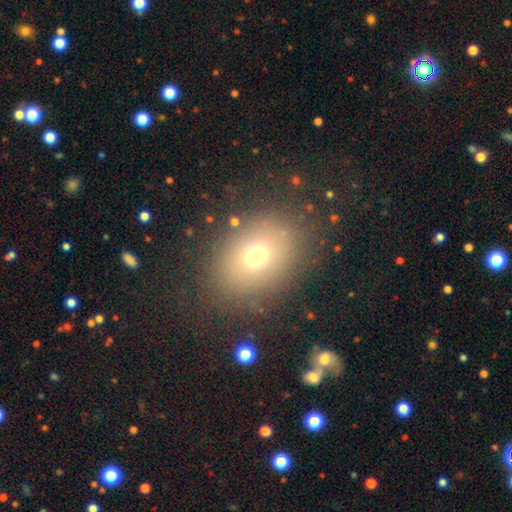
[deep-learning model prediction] This is likely a smooth galaxy (70%). How rounded: likely in between (62%). Merging: clearly none (82%).